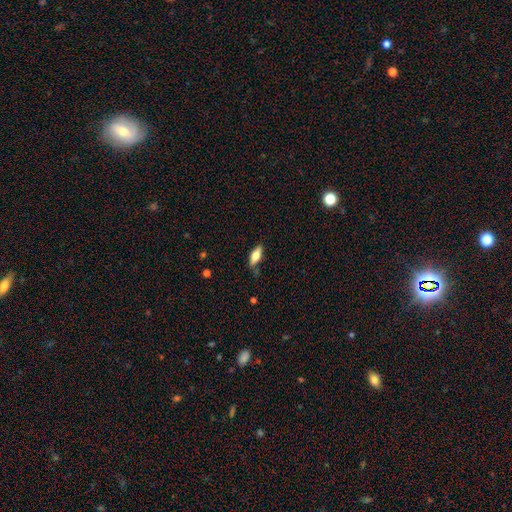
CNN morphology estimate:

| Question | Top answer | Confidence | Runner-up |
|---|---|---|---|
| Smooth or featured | smooth | 61% | featured or disk (32%) |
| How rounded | in between | 69% | cigar-shaped (28%) |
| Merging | none | 79% | minor disturbance (16%) |